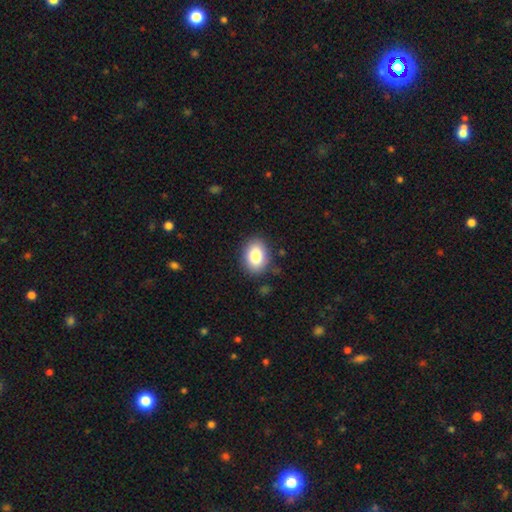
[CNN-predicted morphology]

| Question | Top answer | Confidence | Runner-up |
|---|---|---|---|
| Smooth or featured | smooth | 83% | featured or disk (9%) |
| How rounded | in between | 68% | round (31%) |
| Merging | none | 85% | minor disturbance (10%) |